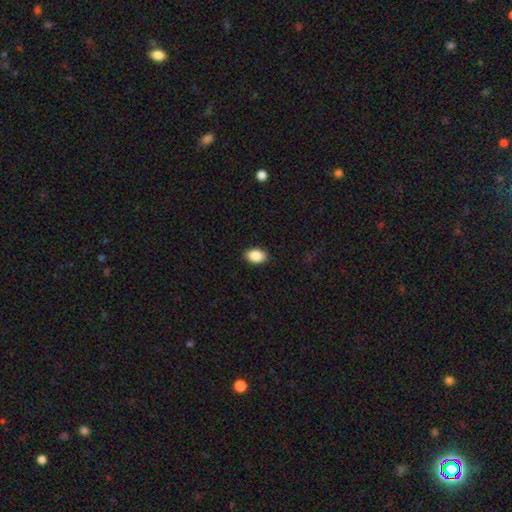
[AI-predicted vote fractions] Smooth or featured: smooth — 87% (star or artifact — 8%)
How rounded: in between — 88% (round — 11%)
Merging: none — 90% (minor disturbance — 7%)